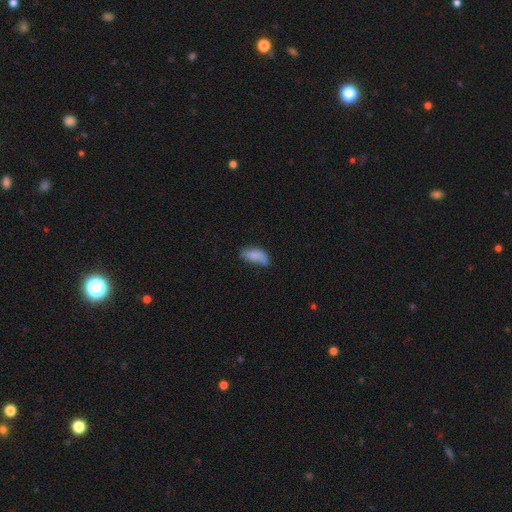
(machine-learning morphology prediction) Overall: smooth (81%). How rounded: in between (86%). Merging: none (48%; minor disturbance 37%).